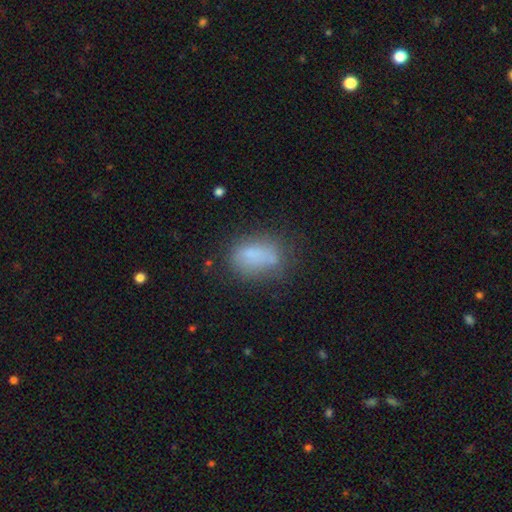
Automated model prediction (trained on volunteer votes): A smooth galaxy with no disk features (70%) that is in between round and cigar-shaped (82%). Merging: none (48%).